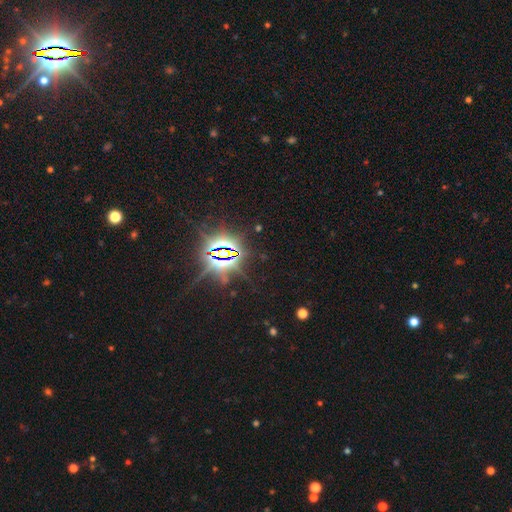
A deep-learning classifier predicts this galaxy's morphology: The model was most divided on "smooth or featured": star or artifact: 86%, smooth: 7%, featured or disk: 7%.